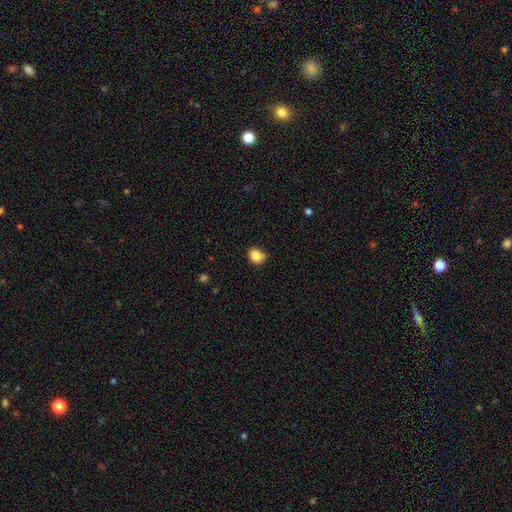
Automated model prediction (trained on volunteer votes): smooth-or-featured: smooth: 83% | star or artifact: 10% | featured or disk: 7%
  how-rounded: round: 61% | in between: 38% | cigar-shaped: 1%
  merging: none: 64% | minor disturbance: 27% | major disturbance: 5% | merger: 4%